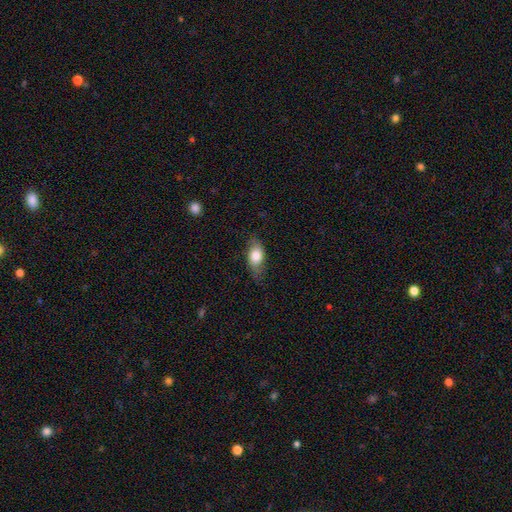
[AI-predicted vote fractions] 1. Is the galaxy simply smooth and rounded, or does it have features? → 74% smooth, 19% featured or disk, 7% star or artifact.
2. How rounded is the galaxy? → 84% in between, 9% round, 8% cigar-shaped.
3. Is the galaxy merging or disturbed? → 65% none, 25% minor disturbance, 9% major disturbance, 1% merger.